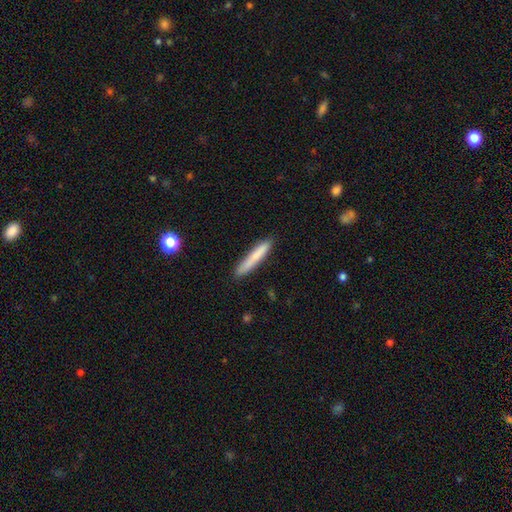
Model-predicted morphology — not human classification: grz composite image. It shows a smooth galaxy with no disk features (77%) that is cigar-shaped (94%). Merging: none (86%).